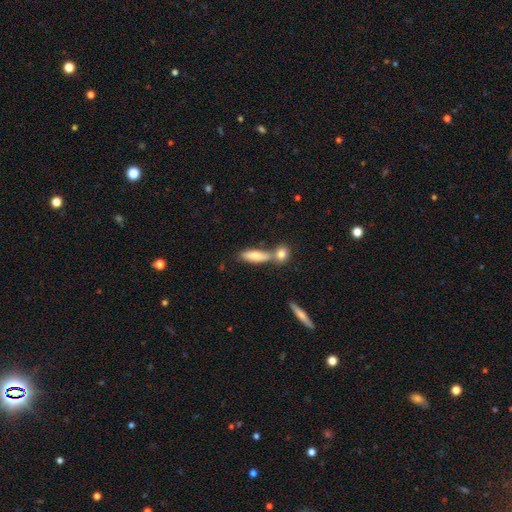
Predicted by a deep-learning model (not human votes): Smooth or featured? smooth (65%)
How rounded? cigar-shaped (60%)
Merging? none (52%)